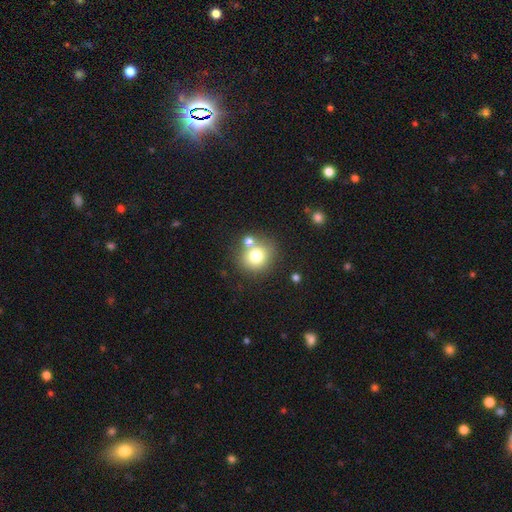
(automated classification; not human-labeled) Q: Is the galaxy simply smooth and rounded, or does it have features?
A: smooth — 75%.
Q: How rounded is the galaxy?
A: round — 84%.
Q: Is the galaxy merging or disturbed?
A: none — 64%.